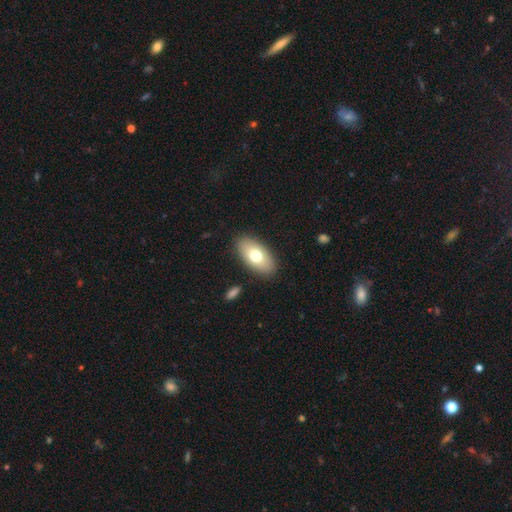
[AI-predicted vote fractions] smooth_or_featured: smooth (p=0.71) [alt: featured or disk p=0.22]
how_rounded: in between (p=0.93) [alt: round p=0.04]
merging: none (p=0.87) [alt: minor disturbance p=0.09]